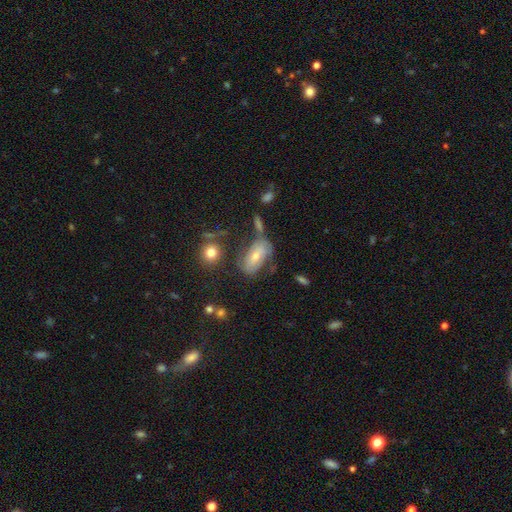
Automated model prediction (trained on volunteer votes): Smooth or featured?
  - featured or disk: 50% *
  - smooth: 40%
  - star or artifact: 9%
Edge-on disk?
  - no: 91% *
  - yes: 9%
Merging?
  - none: 51% *
  - minor disturbance: 24%
  - major disturbance: 13%
  - merger: 12%